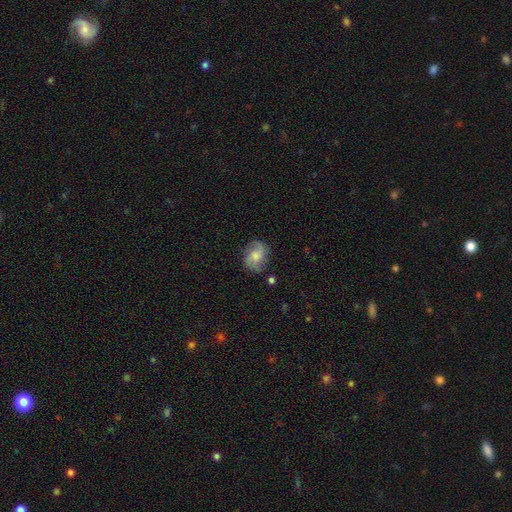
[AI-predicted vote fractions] smooth-or-featured: featured or disk: 49% | smooth: 42% | star or artifact: 9%
  merging: none: 68% | minor disturbance: 21% | major disturbance: 8% | merger: 3%